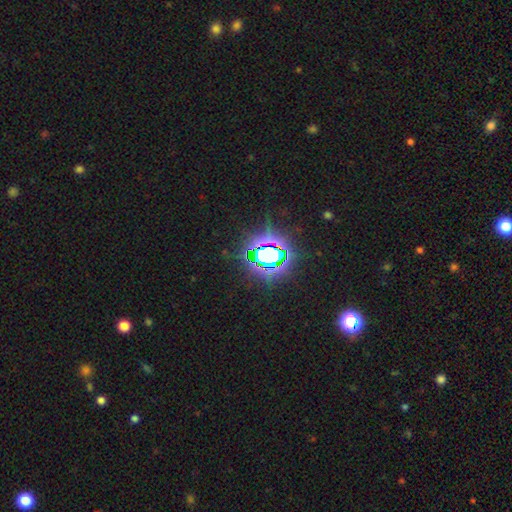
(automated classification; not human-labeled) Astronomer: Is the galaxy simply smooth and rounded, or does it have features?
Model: star or artifact — 82%.